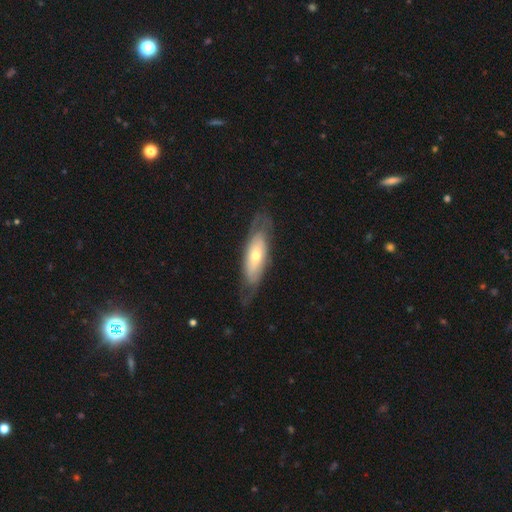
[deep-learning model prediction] This is possibly a featured or disk galaxy (56%). It is likely not viewed edge-on (73%). Merging: likely none (67%).